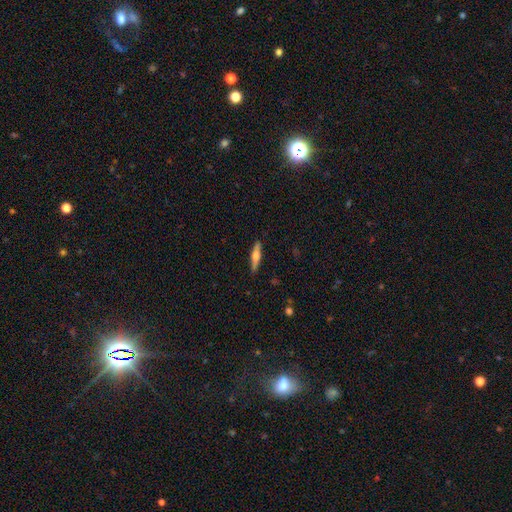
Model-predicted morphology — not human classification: smooth_or_featured: featured or disk (p=0.52) [alt: smooth p=0.42]
disk_edge_on: yes (p=0.95) [alt: no p=0.05]
merging: none (p=0.89) [alt: minor disturbance p=0.08]